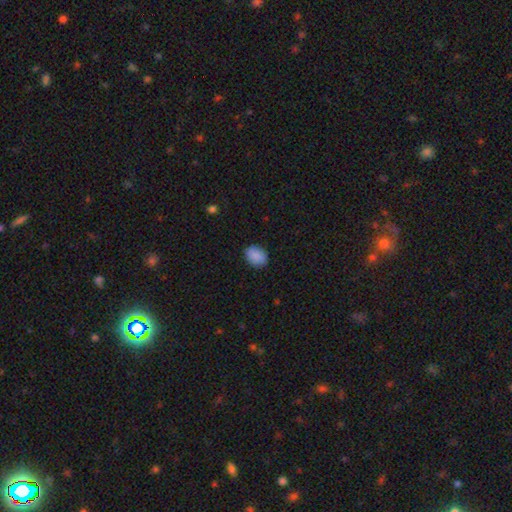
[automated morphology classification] The model was most divided on "how rounded": in between: 69%, round: 30%, cigar-shaped: 1%. More confident: smooth or featured — smooth (89%); merging — none (87%).